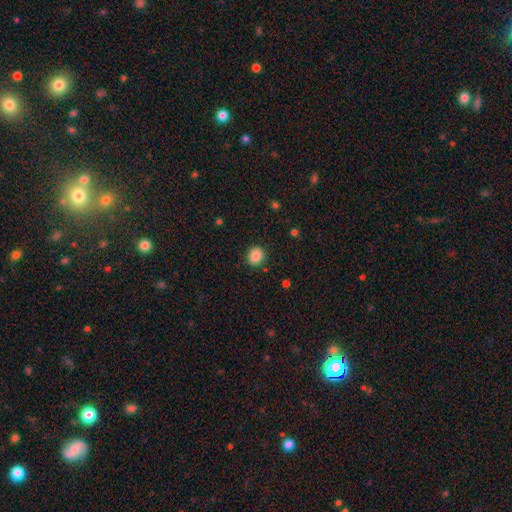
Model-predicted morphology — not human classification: A smooth galaxy with no disk features (86%) that is round (67%). Merging: none (87%).